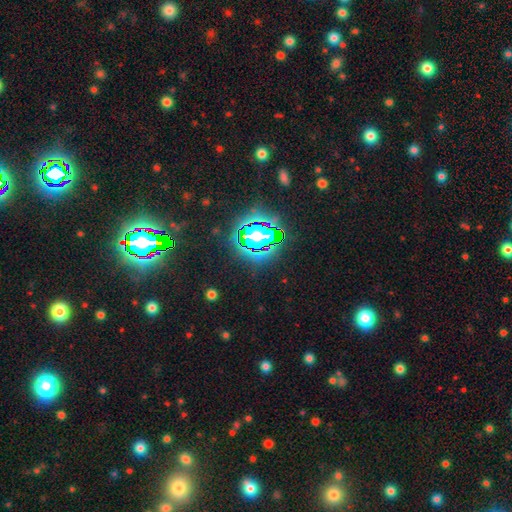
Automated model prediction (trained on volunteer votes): Smooth or featured? Predicted: star or artifact (p=0.82).